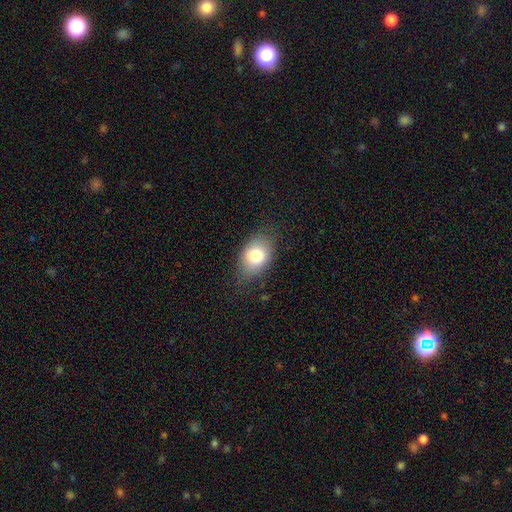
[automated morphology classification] Smooth or featured: smooth — 80% (featured or disk — 11%)
How rounded: in between — 81% (round — 18%)
Merging: none — 76% (minor disturbance — 18%)